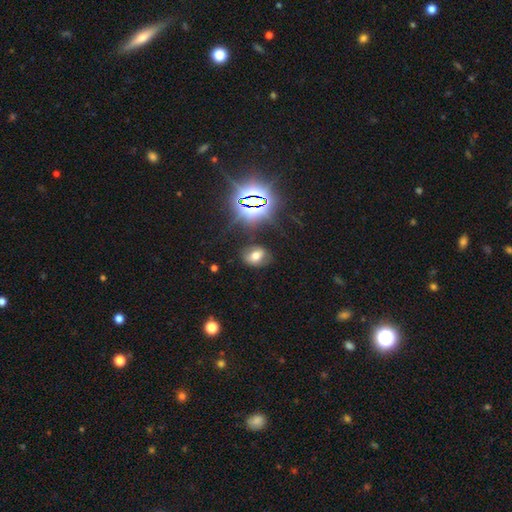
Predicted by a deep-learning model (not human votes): Morphology: type=smooth (55%); roundness=in between (67%); merging=none (77%).